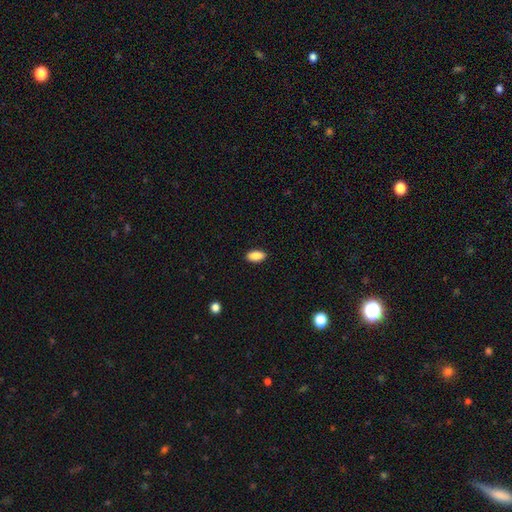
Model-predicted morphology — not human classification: smooth 89%, star or artifact 7%, featured or disk 4%. Down the decision tree: how rounded — in between (92%); merging — none (89%).